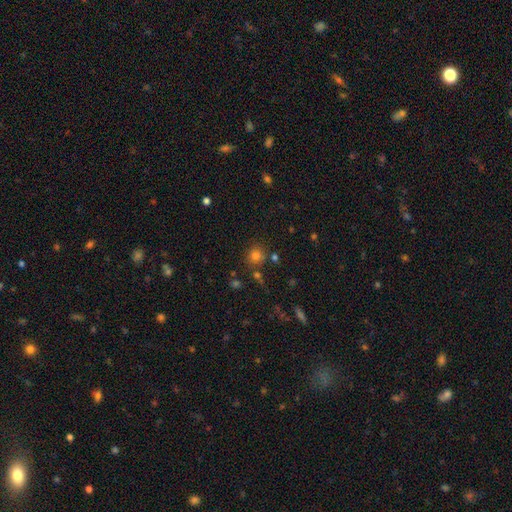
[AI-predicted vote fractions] This appears to be a smooth galaxy with no disk features (76%) that is round (87%). Merging: none (76%).